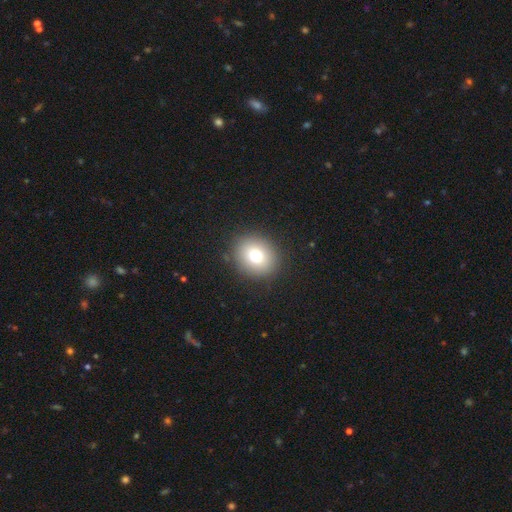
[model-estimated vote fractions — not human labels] The model was most divided on "how rounded": round: 70%, in between: 29%, cigar-shaped: 1%. More confident: merging — none (89%); smooth or featured — smooth (77%).